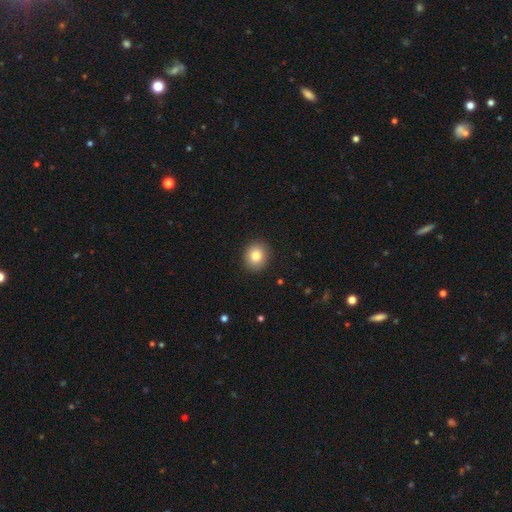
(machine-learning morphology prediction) Smooth or featured?
  - smooth: 82% *
  - star or artifact: 9%
  - featured or disk: 9%
How rounded?
  - round: 74% *
  - in between: 25%
  - cigar-shaped: 1%
Merging?
  - none: 90% *
  - minor disturbance: 7%
  - major disturbance: 2%
  - merger: 1%